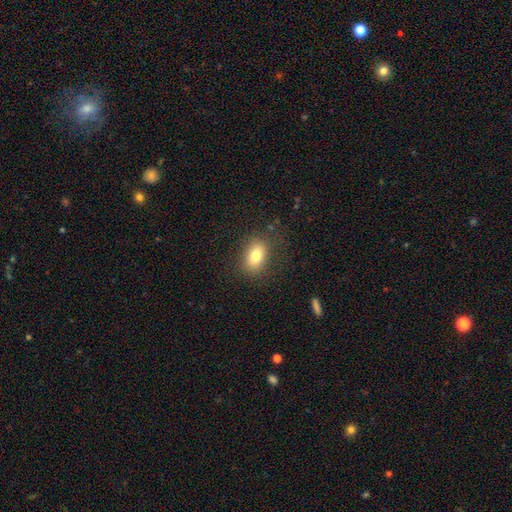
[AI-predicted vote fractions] Smooth or featured: smooth — 79% (featured or disk — 11%)
How rounded: in between — 80% (round — 18%)
Merging: none — 82% (minor disturbance — 12%)